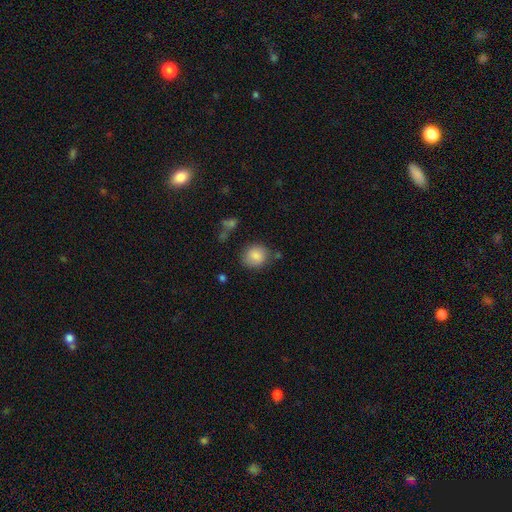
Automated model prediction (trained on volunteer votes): smooth 85%, star or artifact 8%, featured or disk 7%. Down the decision tree: how rounded — round (72%); merging — none (76%).